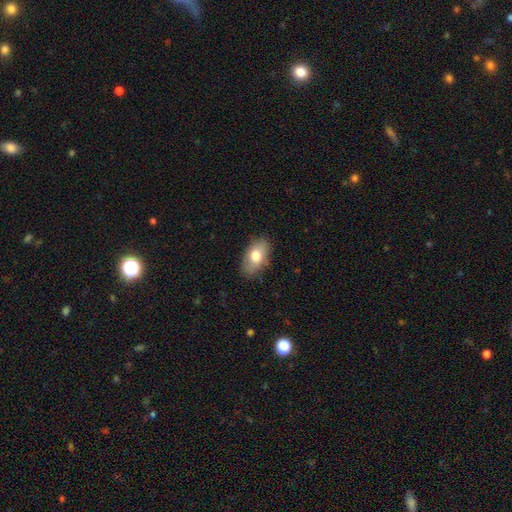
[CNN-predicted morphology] A smooth galaxy with no disk features (73%) that is in between round and cigar-shaped (92%). Merging: none (83%).